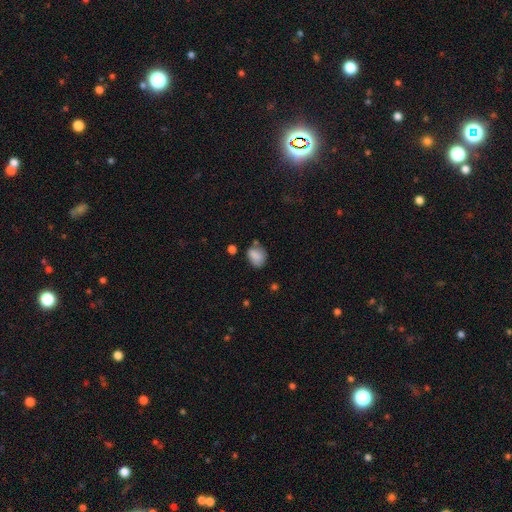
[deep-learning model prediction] The model was most divided on "how rounded": in between: 59%, round: 40%, cigar-shaped: 1%. More confident: smooth or featured — smooth (82%); merging — none (58%).